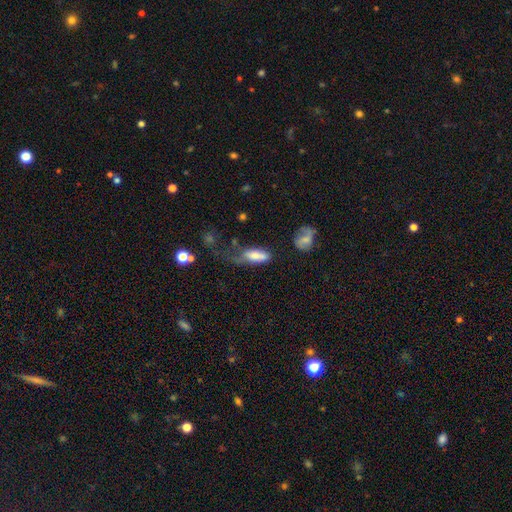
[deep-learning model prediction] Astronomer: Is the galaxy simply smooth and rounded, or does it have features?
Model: smooth — 72%.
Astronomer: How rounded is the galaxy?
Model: in between — 73%.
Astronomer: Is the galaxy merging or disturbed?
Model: major disturbance — 39% (runner-up: minor disturbance, 27%).